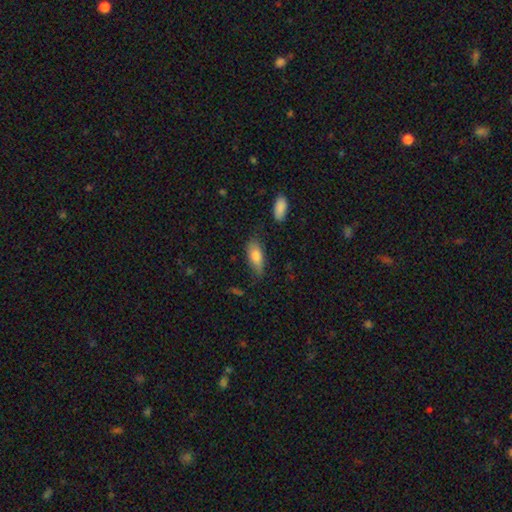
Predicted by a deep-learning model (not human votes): Morphology: type=smooth (78%); roundness=in between (81%); merging=none (66%).